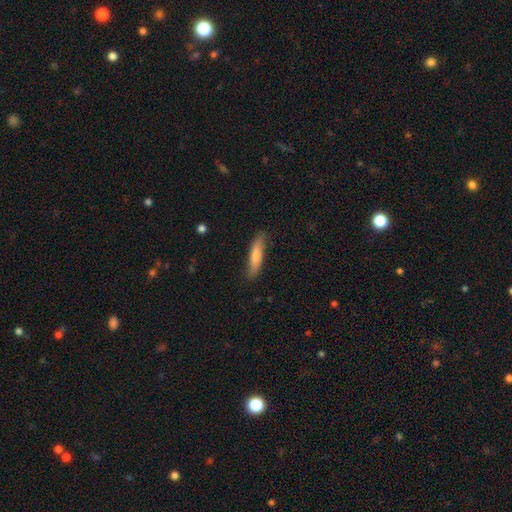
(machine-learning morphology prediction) Smooth or featured?
  - smooth: 74% *
  - featured or disk: 21%
  - star or artifact: 5%
How rounded?
  - cigar-shaped: 80% *
  - in between: 18%
  - round: 2%
Merging?
  - none: 81% *
  - minor disturbance: 15%
  - major disturbance: 3%
  - merger: 1%